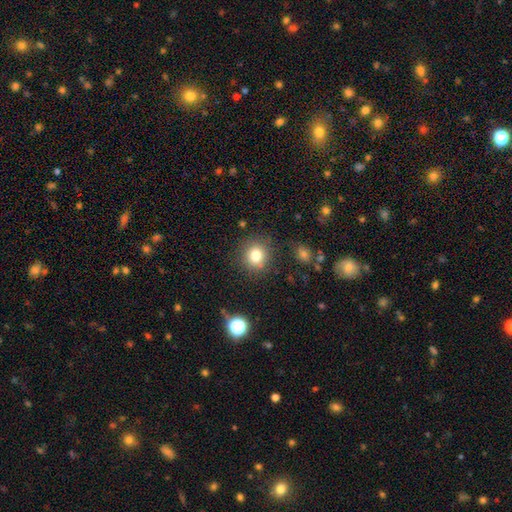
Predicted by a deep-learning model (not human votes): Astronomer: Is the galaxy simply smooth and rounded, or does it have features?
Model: smooth — 80%.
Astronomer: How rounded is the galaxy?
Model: round — 87%.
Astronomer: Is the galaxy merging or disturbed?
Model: none — 86%.